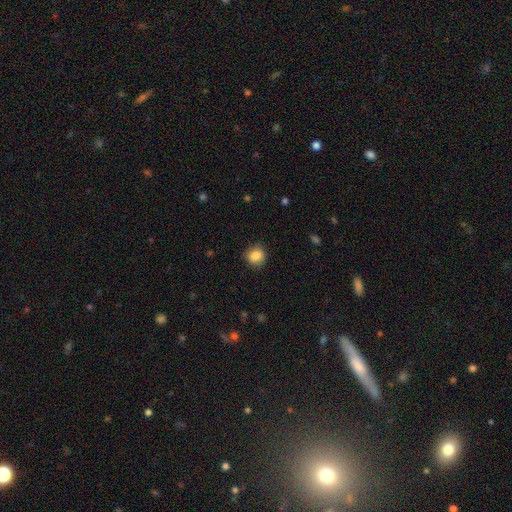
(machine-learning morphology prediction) Smooth or featured?
  - smooth: 87% *
  - star or artifact: 9%
  - featured or disk: 4%
How rounded?
  - round: 81% *
  - in between: 18%
  - cigar-shaped: 1%
Merging?
  - none: 84% *
  - minor disturbance: 12%
  - major disturbance: 3%
  - merger: 1%